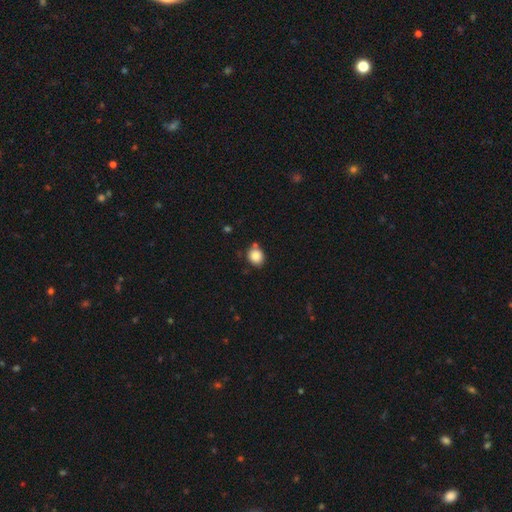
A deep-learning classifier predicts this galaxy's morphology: type=smooth (85%); roundness=round (71%); merging=none (75%).